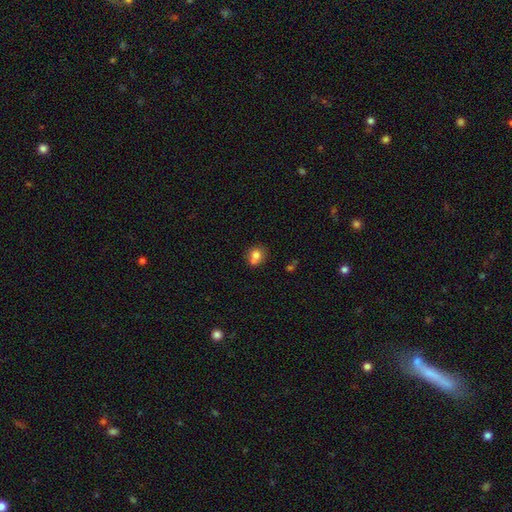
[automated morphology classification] smooth-or-featured: smooth: 77% | featured or disk: 12% | star or artifact: 11%
  how-rounded: round: 74% | in between: 25% | cigar-shaped: 1%
  merging: none: 51% | merger: 30% | minor disturbance: 15% | major disturbance: 5%